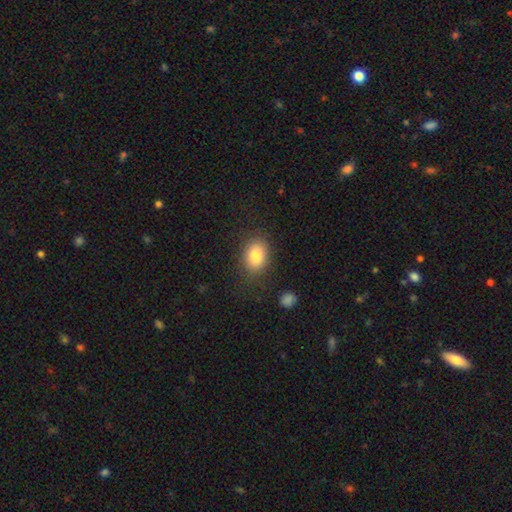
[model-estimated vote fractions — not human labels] Smooth or featured?
  - smooth: 83% *
  - star or artifact: 9%
  - featured or disk: 8%
How rounded?
  - in between: 73% *
  - round: 25%
  - cigar-shaped: 1%
Merging?
  - none: 82% *
  - minor disturbance: 12%
  - major disturbance: 4%
  - merger: 2%